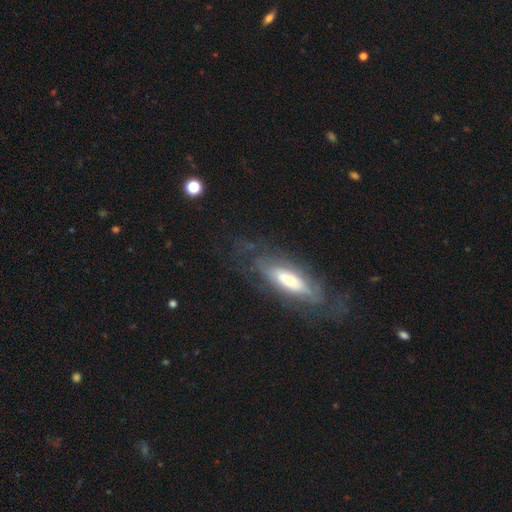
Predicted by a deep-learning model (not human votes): featured or disk 64%, smooth 28%, star or artifact 8%. Down the decision tree: edge-on disk — no (66%); merging — none (72%).